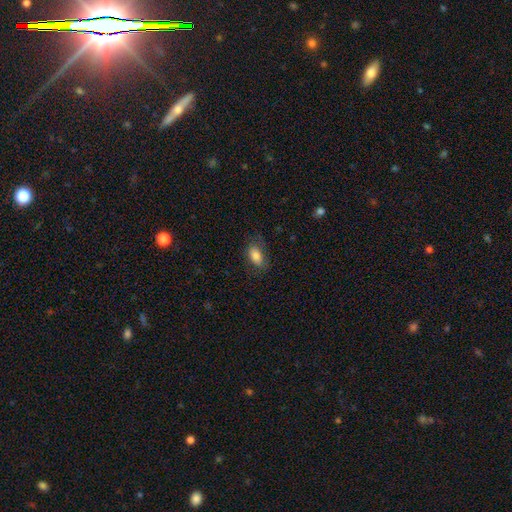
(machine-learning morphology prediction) Smooth or featured?
  - smooth: 80% *
  - featured or disk: 12%
  - star or artifact: 8%
How rounded?
  - in between: 89% *
  - round: 7%
  - cigar-shaped: 4%
Merging?
  - none: 71% *
  - minor disturbance: 20%
  - major disturbance: 8%
  - merger: 1%